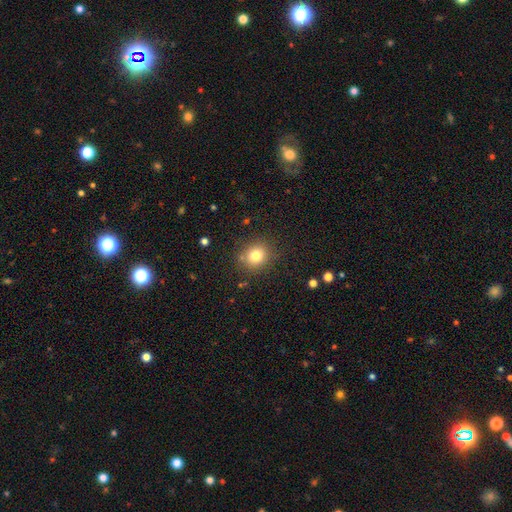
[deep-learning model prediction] A smooth galaxy with no disk features (79%) that is round (81%).

Vote fractions:
- Smooth or featured? smooth: 79% / star or artifact: 13% / featured or disk: 8%
- How rounded? round: 81% / in between: 18% / cigar-shaped: 1%
- Merging? none: 84% / minor disturbance: 10% / major disturbance: 3% / merger: 3%